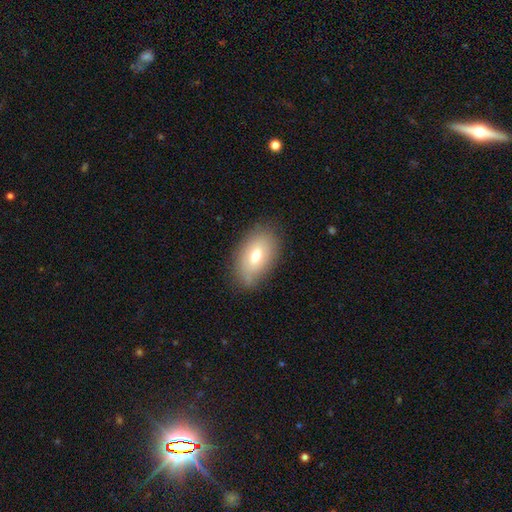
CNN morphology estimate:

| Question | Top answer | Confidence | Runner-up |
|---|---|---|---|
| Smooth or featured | smooth | 67% | featured or disk (21%) |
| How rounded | in between | 92% | round (6%) |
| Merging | none | 84% | minor disturbance (13%) |